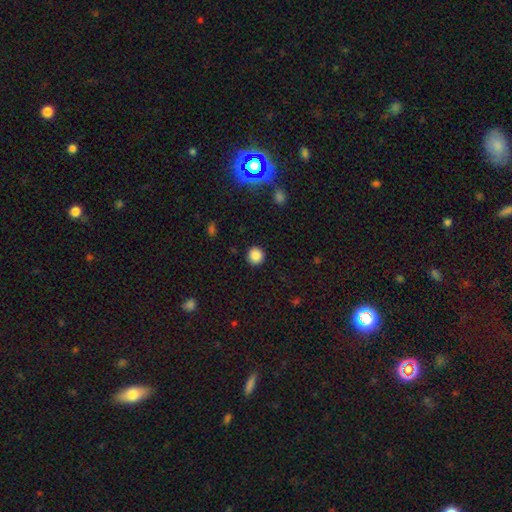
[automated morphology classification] A smooth galaxy with no disk features (87%) that is round (93%).

Vote fractions:
- Smooth or featured? smooth: 87% / star or artifact: 10% / featured or disk: 3%
- How rounded? round: 93% / in between: 6% / cigar-shaped: 1%
- Merging? none: 91% / minor disturbance: 5% / major disturbance: 2% / merger: 1%